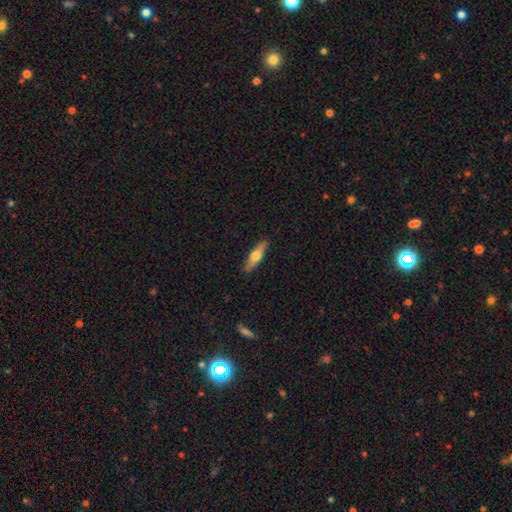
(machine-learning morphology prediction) Smooth or featured? smooth (51%)
How rounded? cigar-shaped (68%)
Merging? none (89%)